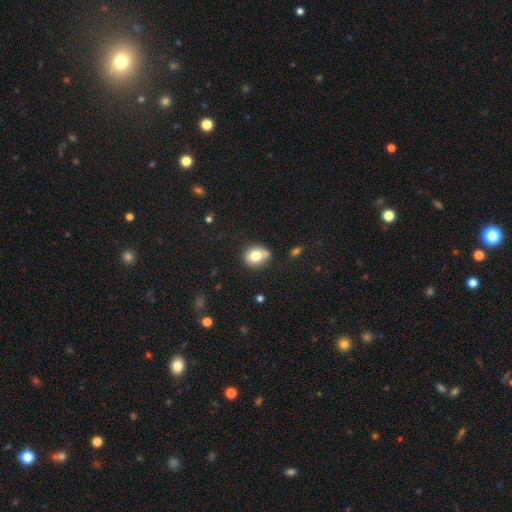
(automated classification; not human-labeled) Smooth or featured? Predicted: smooth (p=0.77). How rounded? Predicted: round (p=0.64). Merging? Predicted: none (p=0.62).